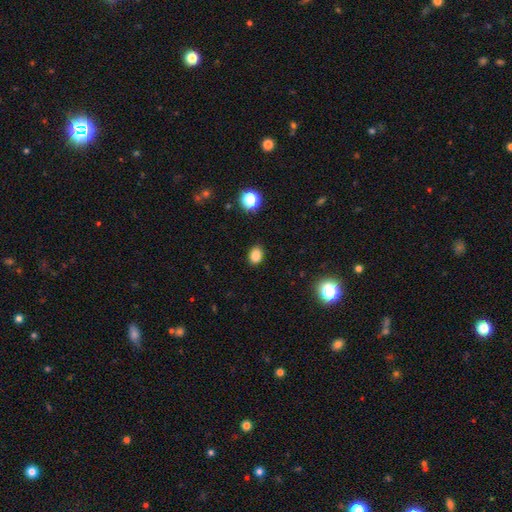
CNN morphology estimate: smooth_or_featured: smooth (p=0.84) [alt: star or artifact p=0.12]
how_rounded: in between (p=0.67) [alt: round p=0.32]
merging: none (p=0.87) [alt: minor disturbance p=0.09]